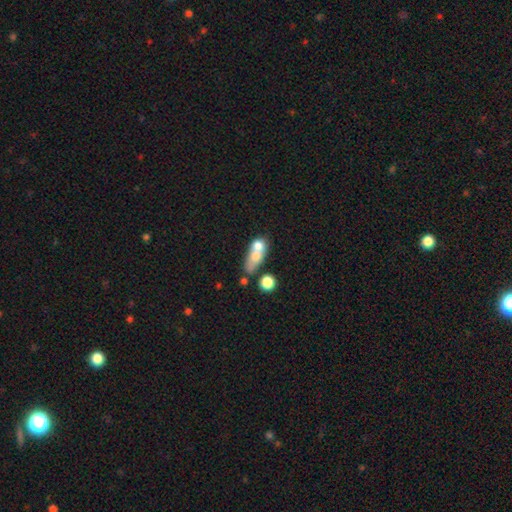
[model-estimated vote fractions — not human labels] Morphology: type=smooth (62%); roundness=in between (51%); merging=merger (59%).